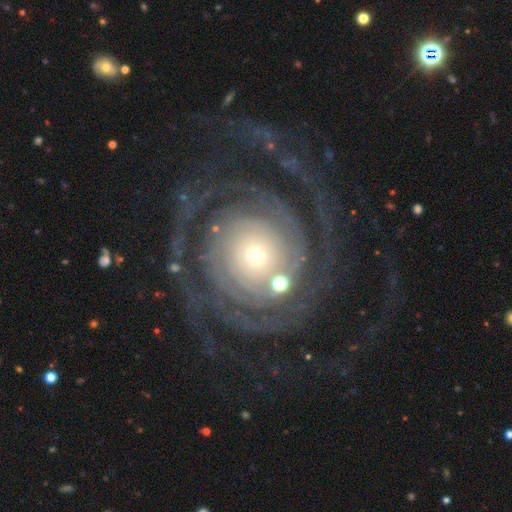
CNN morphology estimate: Smooth or featured? featured or disk (89%)
Edge-on disk? no (97%)
Bar? no (83%)
Spiral arms? yes (97%)
Spiral winding? tight (75%)
Spiral arm count? 2 (49%)
Bulge size? small (64%)
Merging? none (67%)